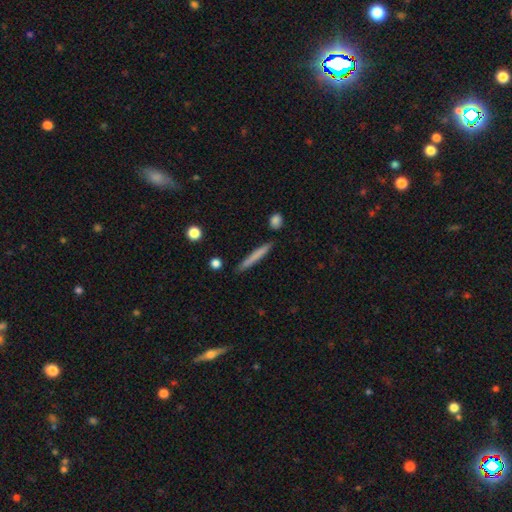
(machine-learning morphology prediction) Smooth or featured? smooth (69%)
How rounded? cigar-shaped (96%)
Merging? none (87%)